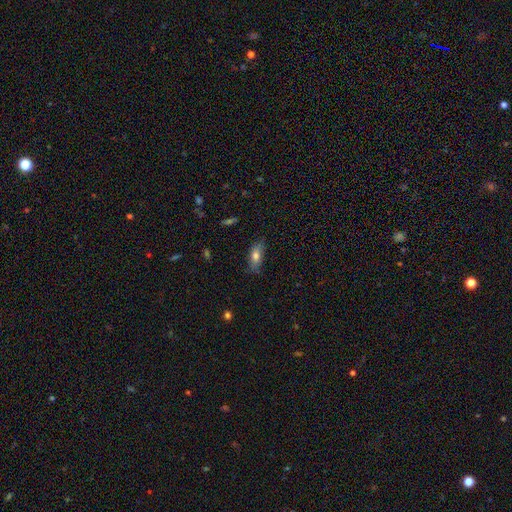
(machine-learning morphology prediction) This appears to be a smooth galaxy with no disk features (75%) that is in between round and cigar-shaped (80%). Merging: none (79%).